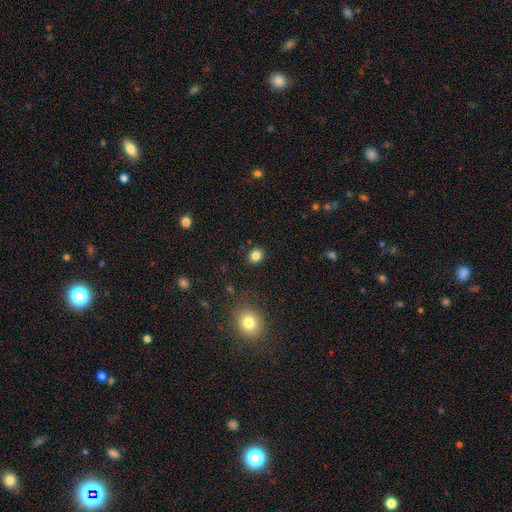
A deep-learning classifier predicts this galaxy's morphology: Smooth or featured? smooth (83%)
How rounded? round (74%)
Merging? none (89%)